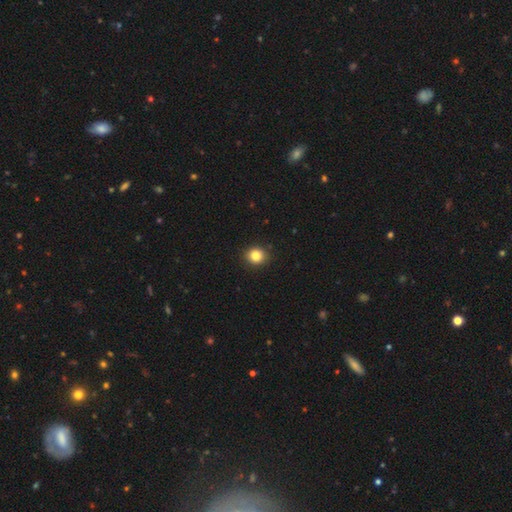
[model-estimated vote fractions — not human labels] Morphology: type=smooth (84%); roundness=round (82%); merging=none (90%).